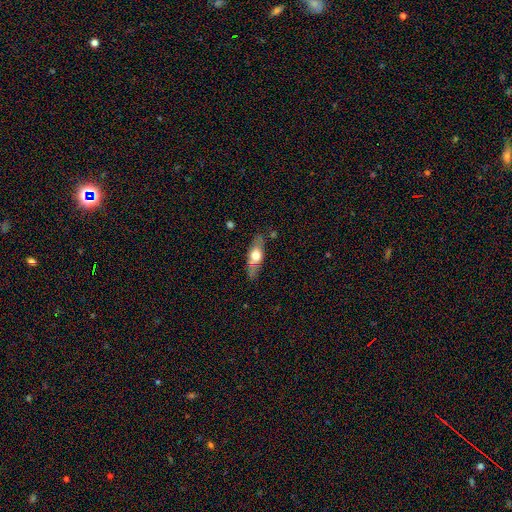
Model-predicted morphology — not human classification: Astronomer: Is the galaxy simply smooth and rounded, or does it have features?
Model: smooth — 50% (runner-up: featured or disk, 44%).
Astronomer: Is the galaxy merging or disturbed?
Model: none — 78%.